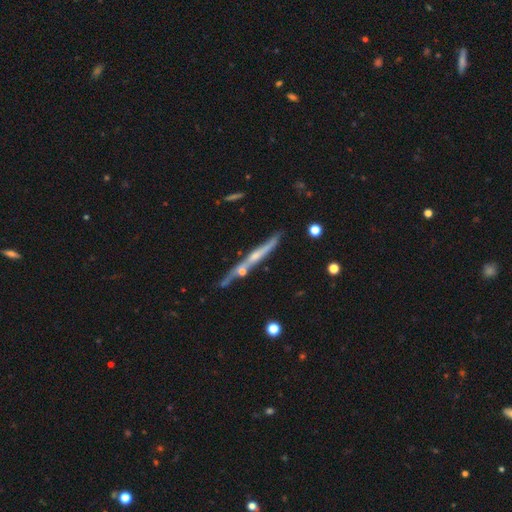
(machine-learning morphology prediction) type=featured or disk (70%); edge-on=yes (94%); edge-on bulge=rounded (52%); merging=none (71%).